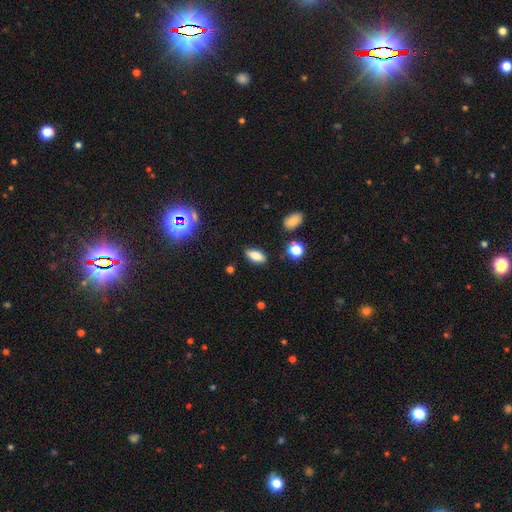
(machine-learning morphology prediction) Smooth or featured?
  - smooth: 78% *
  - star or artifact: 11%
  - featured or disk: 11%
How rounded?
  - in between: 82% *
  - cigar-shaped: 14%
  - round: 4%
Merging?
  - none: 84% *
  - minor disturbance: 11%
  - major disturbance: 3%
  - merger: 2%